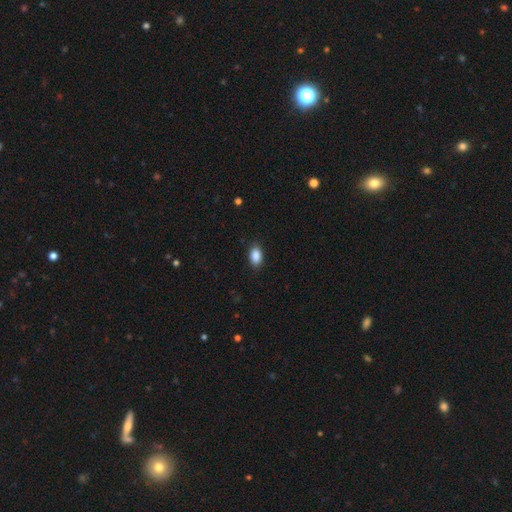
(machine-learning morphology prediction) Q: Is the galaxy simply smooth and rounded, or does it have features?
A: smooth — 88%.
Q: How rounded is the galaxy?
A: in between — 90%.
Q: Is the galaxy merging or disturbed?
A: none — 88%.